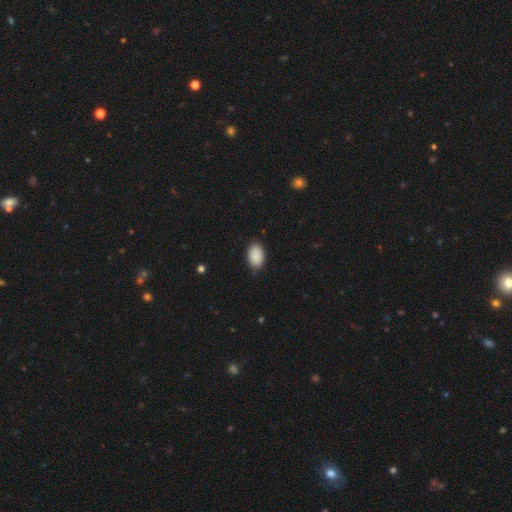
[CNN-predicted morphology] Smooth or featured: smooth — 90% (star or artifact — 7%)
How rounded: in between — 91% (round — 8%)
Merging: none — 84% (minor disturbance — 13%)